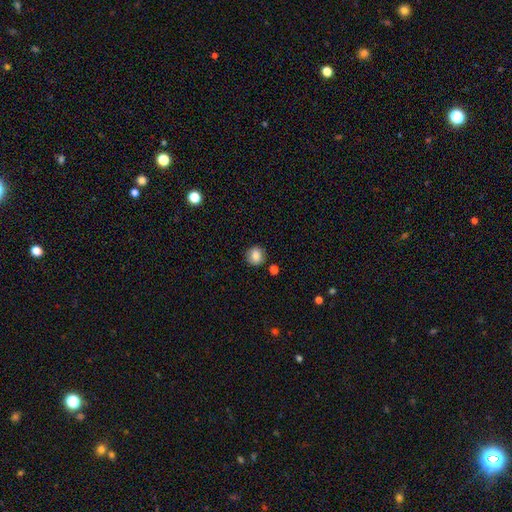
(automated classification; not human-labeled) A smooth galaxy with no disk features (84%) that is round (88%). Merging: none (86%).